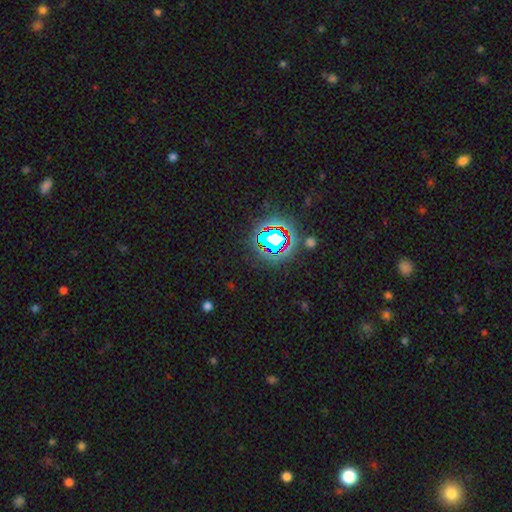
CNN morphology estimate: smooth_or_featured: star or artifact (p=0.79) [alt: smooth p=0.13]